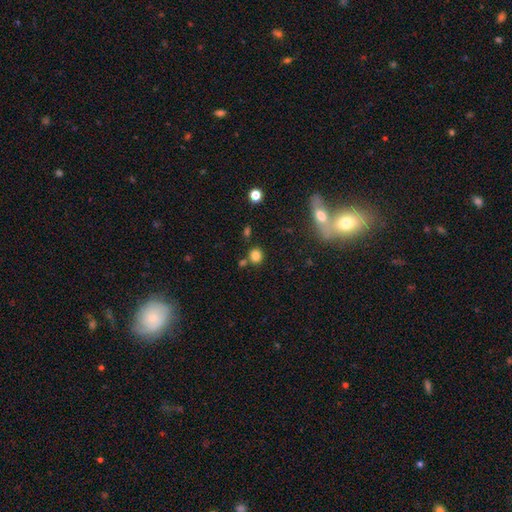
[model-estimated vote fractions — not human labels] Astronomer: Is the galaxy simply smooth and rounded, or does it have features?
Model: smooth — 81%.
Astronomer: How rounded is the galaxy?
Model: round — 84%.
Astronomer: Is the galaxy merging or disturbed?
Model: none — 77%.